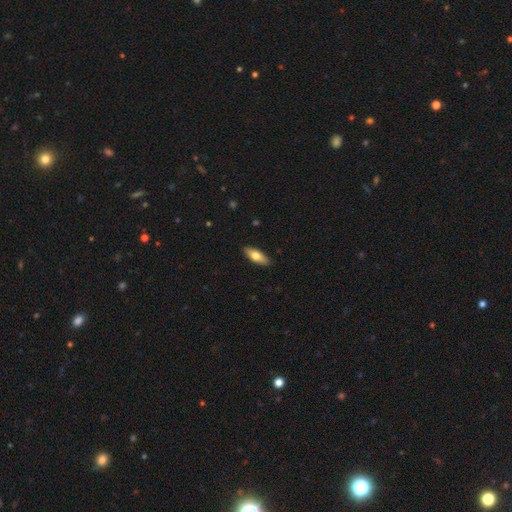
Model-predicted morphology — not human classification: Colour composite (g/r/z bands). It shows a smooth galaxy with no disk features (72%) that is in between round and cigar-shaped (69%). Merging: none (89%).